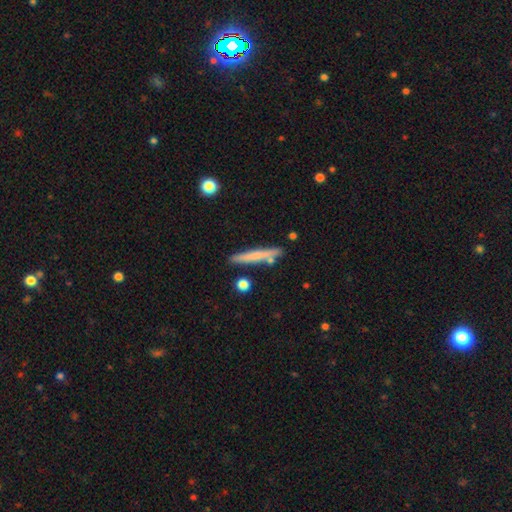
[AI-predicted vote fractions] Smooth or featured: smooth — 64% (featured or disk — 30%)
How rounded: cigar-shaped — 95% (in between — 3%)
Merging: none — 81% (minor disturbance — 11%)